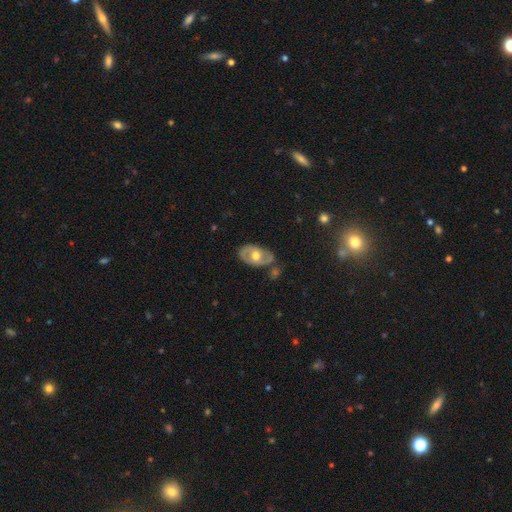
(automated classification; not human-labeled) The model was most divided on "spiral arms": no: 61%, yes: 39%. More confident: edge-on disk — no (91%); bulge size — moderate (76%); bar — no (75%); merging — none (69%); smooth or featured — featured or disk (60%).